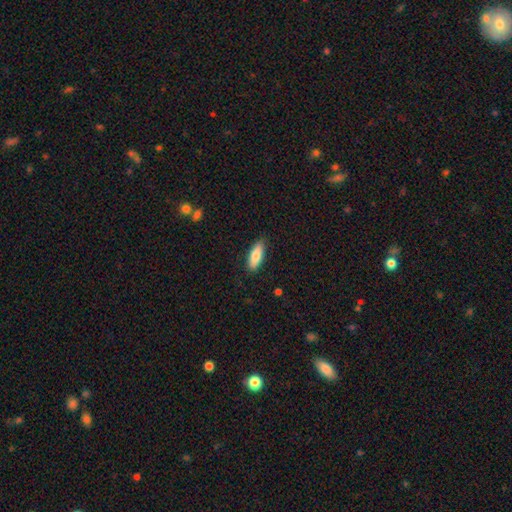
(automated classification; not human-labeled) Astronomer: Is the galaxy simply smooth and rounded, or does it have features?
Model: smooth — 80%.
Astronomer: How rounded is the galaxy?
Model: in between — 65%.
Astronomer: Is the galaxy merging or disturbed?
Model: none — 85%.